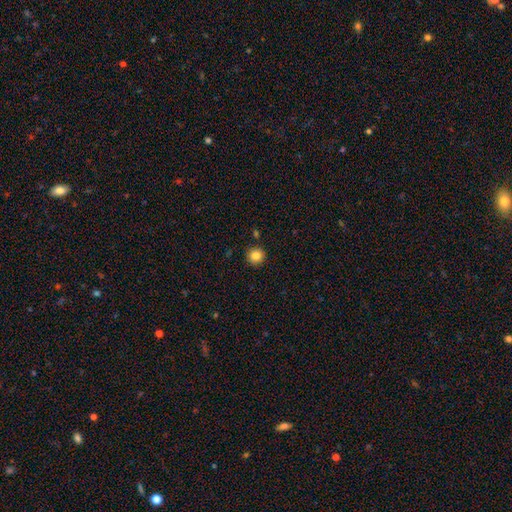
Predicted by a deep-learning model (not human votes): Morphology: type=smooth (85%); roundness=round (94%); merging=none (90%).